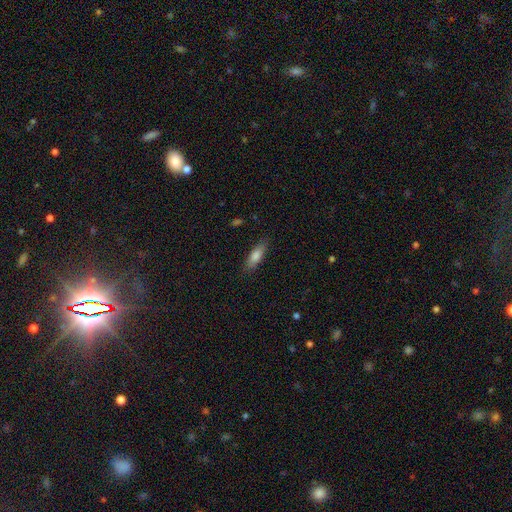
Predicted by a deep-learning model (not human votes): This is clearly a smooth galaxy (80%). How rounded: possibly in between (53%). Merging: clearly none (85%).